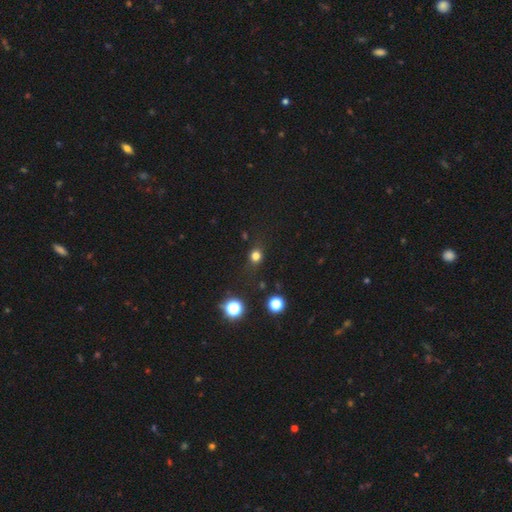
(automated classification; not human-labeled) smooth_or_featured: smooth (p=0.75) [alt: star or artifact p=0.19]
how_rounded: round (p=0.74) [alt: in between p=0.25]
merging: none (p=0.78) [alt: minor disturbance p=0.14]